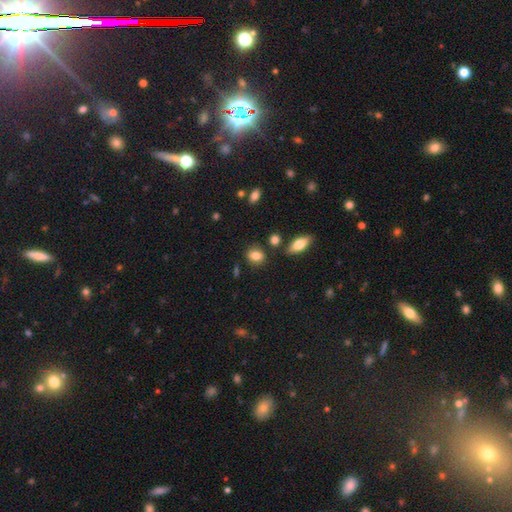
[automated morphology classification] Smooth or featured? Predicted: smooth (p=0.84). How rounded? Predicted: in between (p=0.60). Merging? Predicted: none (p=0.80).